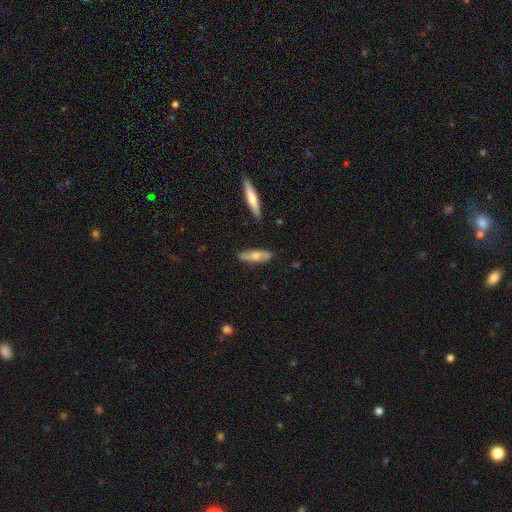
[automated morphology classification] The model was most divided on "smooth or featured": smooth: 52%, featured or disk: 42%, star or artifact: 6%. More confident: merging — none (83%); how rounded — cigar-shaped (55%).